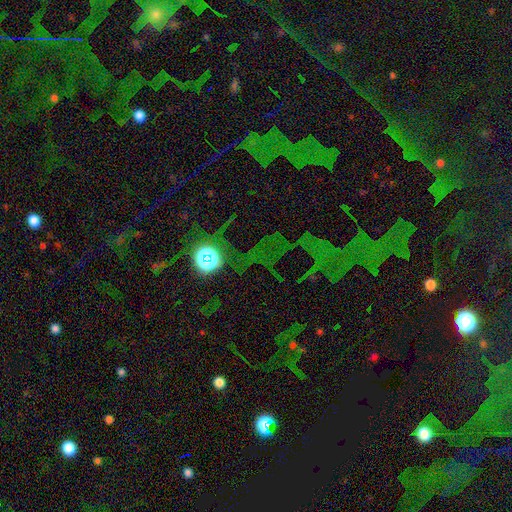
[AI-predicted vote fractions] Smooth or featured?
  - star or artifact: 77% *
  - smooth: 13%
  - featured or disk: 10%